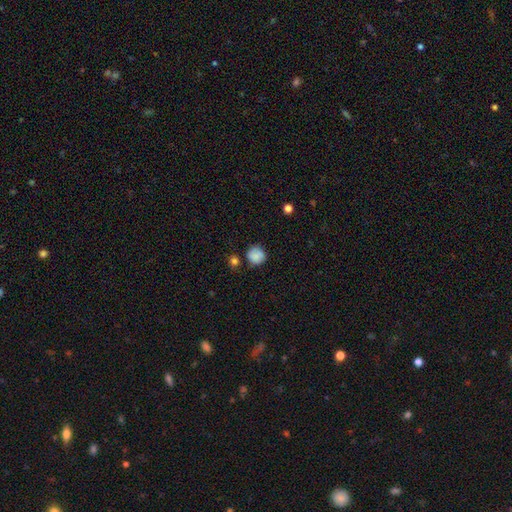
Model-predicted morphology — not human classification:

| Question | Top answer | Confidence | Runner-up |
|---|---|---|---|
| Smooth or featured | smooth | 81% | featured or disk (10%) |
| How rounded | round | 87% | in between (12%) |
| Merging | none | 68% | minor disturbance (21%) |